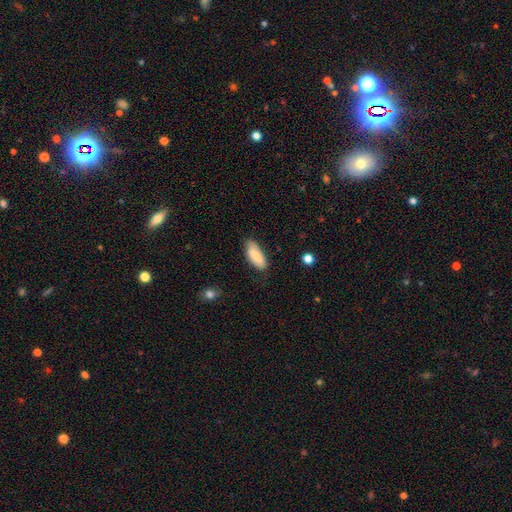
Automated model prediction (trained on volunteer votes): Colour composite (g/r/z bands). It shows a smooth galaxy with no disk features (81%) that is in between round and cigar-shaped (81%). Merging: none (76%).